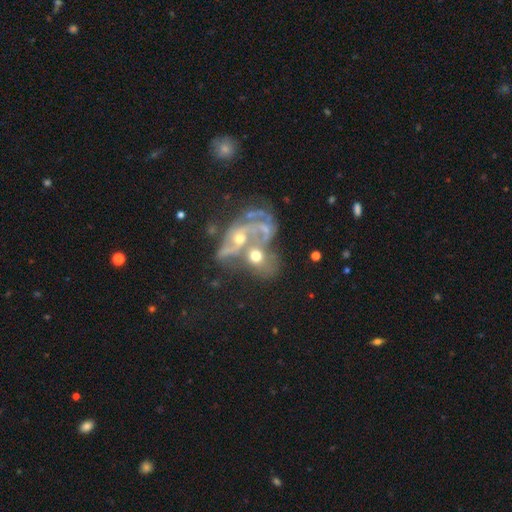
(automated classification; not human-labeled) This appears to be a featured or disk galaxy (64%) with no bar (78%), spiral arms (59%) and a moderate central bulge (52%). Merging: merger (67%).